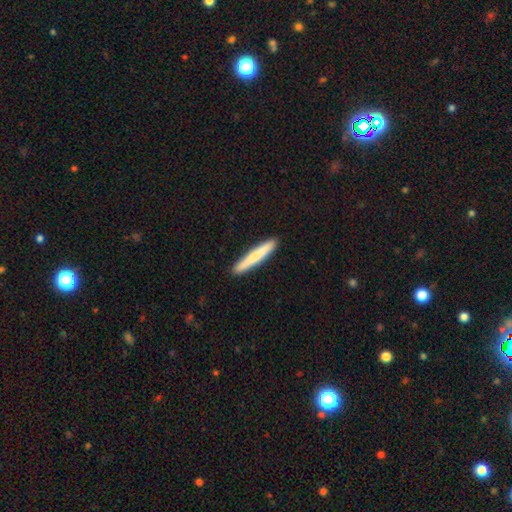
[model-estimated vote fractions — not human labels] This appears to be a smooth galaxy with no disk features (75%) that is cigar-shaped (96%). Merging: none (92%).